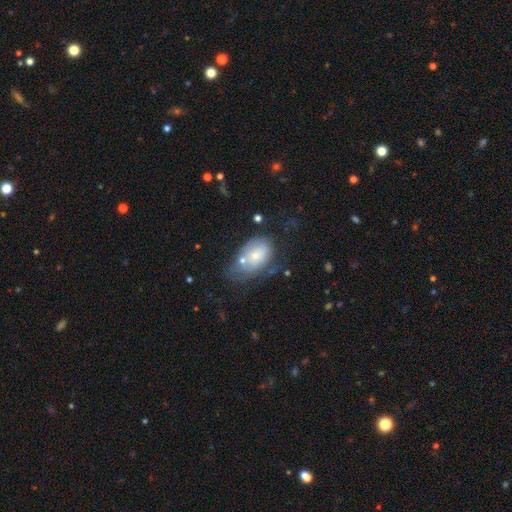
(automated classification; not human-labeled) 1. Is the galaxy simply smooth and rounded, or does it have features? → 59% smooth, 33% featured or disk, 8% star or artifact.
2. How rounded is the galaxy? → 86% in between, 12% round, 1% cigar-shaped.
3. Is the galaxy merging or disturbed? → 38% none, 29% minor disturbance, 20% major disturbance, 14% merger.